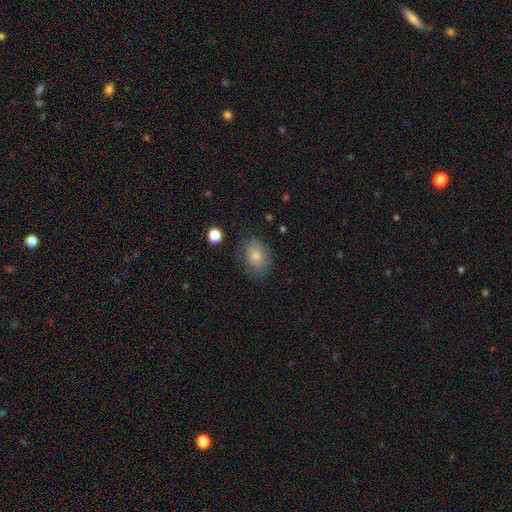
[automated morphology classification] Smooth or featured?
  - smooth: 79% *
  - featured or disk: 13%
  - star or artifact: 9%
How rounded?
  - in between: 73% *
  - round: 26%
  - cigar-shaped: 1%
Merging?
  - none: 71% *
  - minor disturbance: 20%
  - major disturbance: 7%
  - merger: 2%